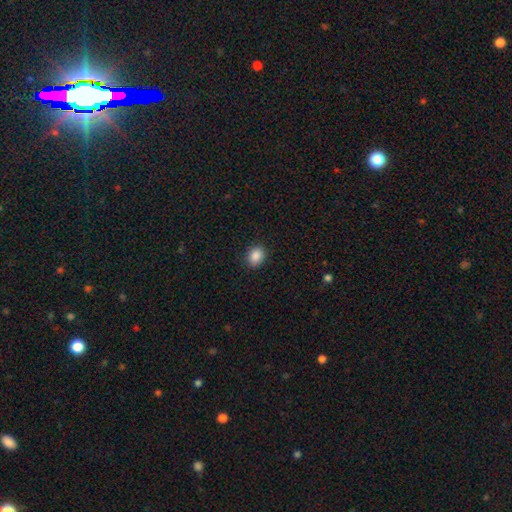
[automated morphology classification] smooth_or_featured: smooth (p=0.88) [alt: star or artifact p=0.09]
how_rounded: in between (p=0.51) [alt: round p=0.48]
merging: none (p=0.89) [alt: minor disturbance p=0.08]